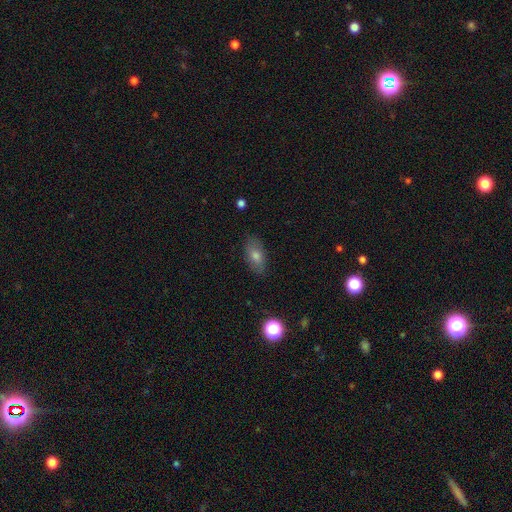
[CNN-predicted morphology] Smooth or featured?
  - smooth: 69% *
  - featured or disk: 19%
  - star or artifact: 12%
How rounded?
  - in between: 86% *
  - round: 8%
  - cigar-shaped: 7%
Merging?
  - none: 85% *
  - minor disturbance: 11%
  - major disturbance: 2%
  - merger: 1%